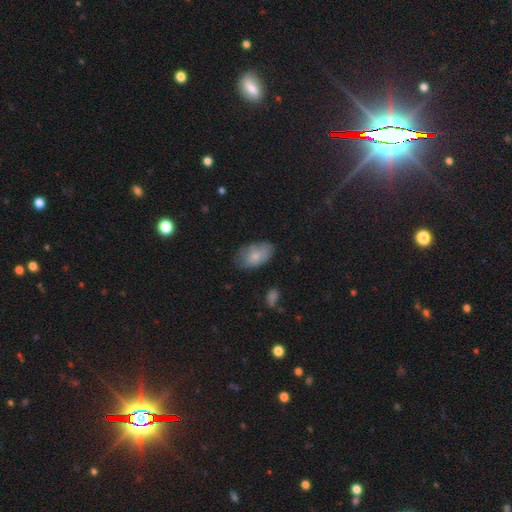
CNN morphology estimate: smooth 72%, featured or disk 21%, star or artifact 7%. Down the decision tree: how rounded — in between (93%); merging — none (62%).